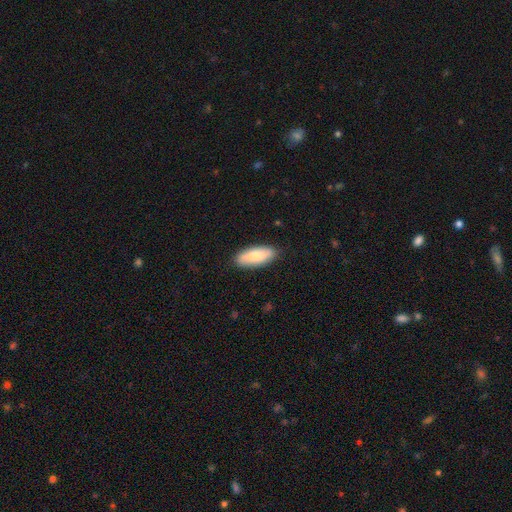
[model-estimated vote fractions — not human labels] smooth-or-featured: smooth: 82% | featured or disk: 12% | star or artifact: 5%
  how-rounded: in between: 78% | cigar-shaped: 20% | round: 2%
  merging: none: 86% | minor disturbance: 11% | major disturbance: 2% | merger: 1%